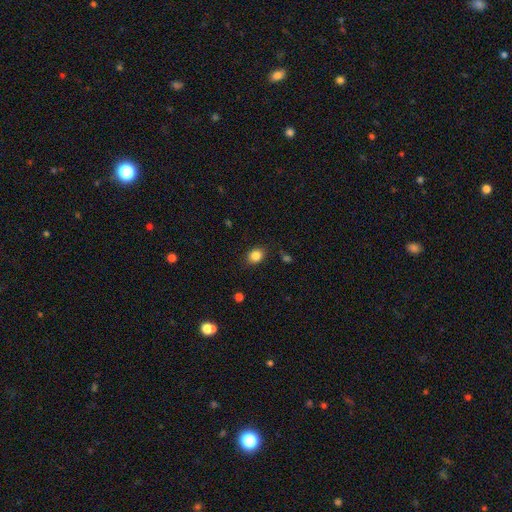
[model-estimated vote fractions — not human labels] Smooth or featured?
  - smooth: 85% *
  - star or artifact: 10%
  - featured or disk: 5%
How rounded?
  - in between: 51% *
  - round: 48%
  - cigar-shaped: 1%
Merging?
  - none: 85% *
  - minor disturbance: 11%
  - major disturbance: 3%
  - merger: 2%